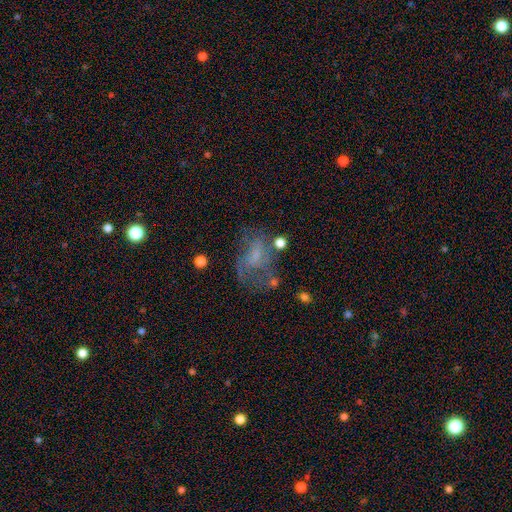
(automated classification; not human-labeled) Q: Smooth or featured?
A: featured or disk (54%); runner-up: smooth (31%)
Q: Edge-on disk?
A: no (97%); runner-up: yes (3%)
Q: Bar?
A: no (60%); runner-up: weak (33%)
Q: Spiral arms?
A: yes (53%); runner-up: no (47%)
Q: Bulge size?
A: small (38%); tied with: none (38%)
Q: Merging?
A: major disturbance (37%); runner-up: none (35%)